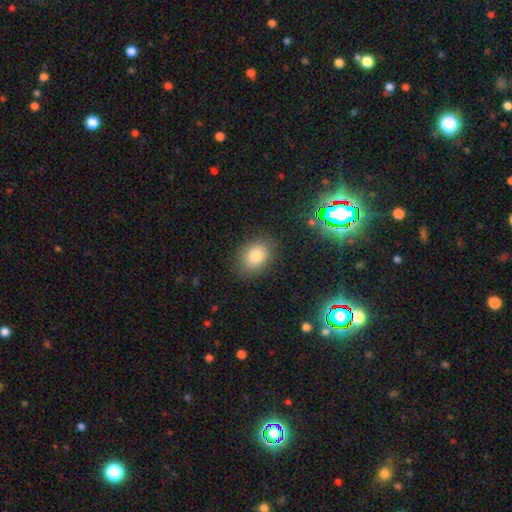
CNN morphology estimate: This is clearly a smooth galaxy (81%). How rounded: likely in between (67%). Merging: clearly none (83%).